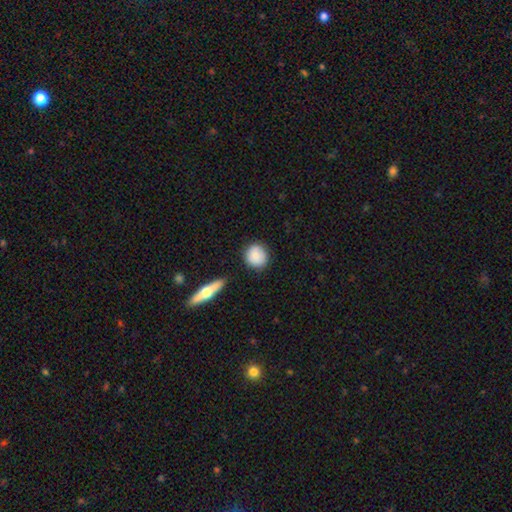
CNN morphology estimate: Smooth or featured? smooth (82%)
How rounded? round (82%)
Merging? none (83%)